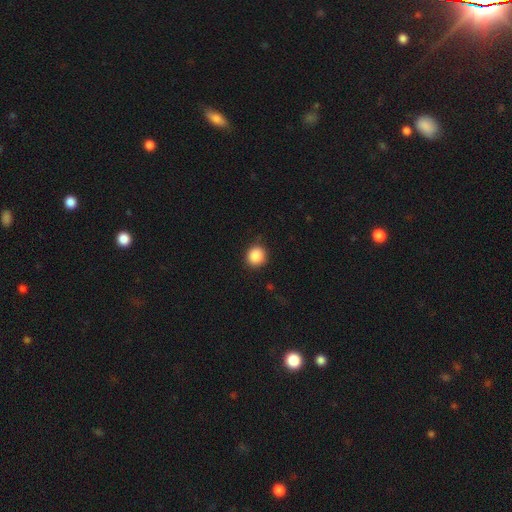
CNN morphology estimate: smooth-or-featured: smooth: 88% | star or artifact: 9% | featured or disk: 3%
  how-rounded: round: 92% | in between: 7% | cigar-shaped: 1%
  merging: none: 88% | minor disturbance: 8% | major disturbance: 2% | merger: 1%